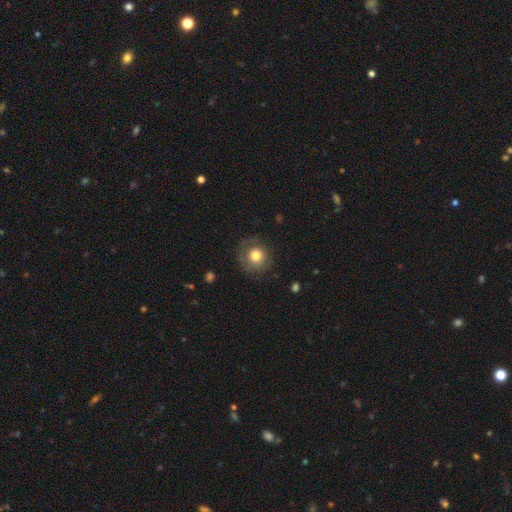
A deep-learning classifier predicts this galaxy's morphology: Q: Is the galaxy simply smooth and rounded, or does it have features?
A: smooth — 74%.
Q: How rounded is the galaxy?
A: round — 91%.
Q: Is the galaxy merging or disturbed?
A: none — 72%.